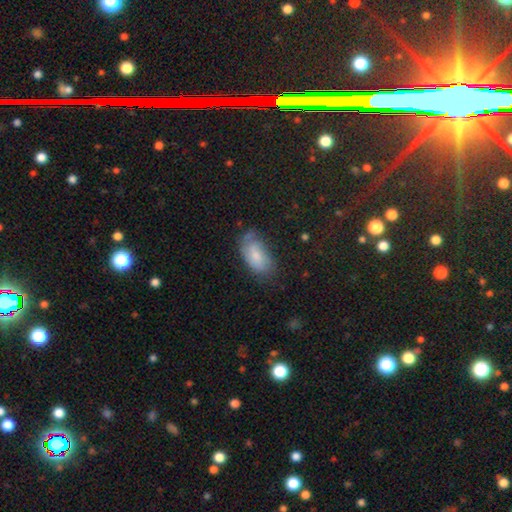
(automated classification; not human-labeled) This appears to be a smooth galaxy with no disk features (72%) that is in between round and cigar-shaped (93%). Merging: none (56%).